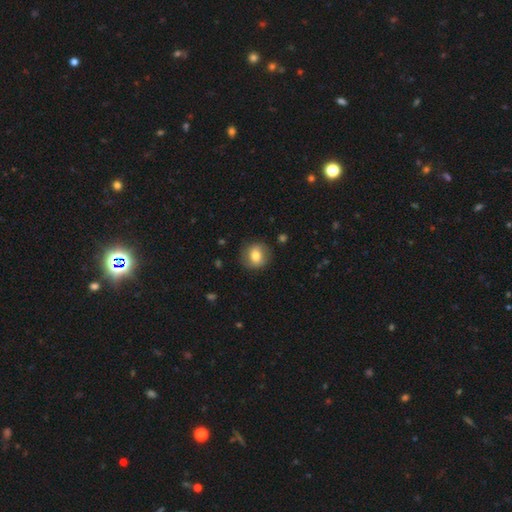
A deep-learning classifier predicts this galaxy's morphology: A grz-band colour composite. It shows a smooth galaxy with no disk features (70%) that is round (81%). Merging: none (85%).